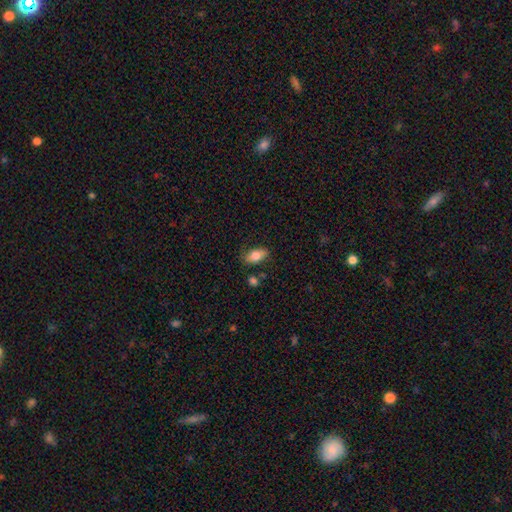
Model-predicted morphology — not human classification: This appears to be a smooth galaxy with no disk features (80%) that is in between round and cigar-shaped (89%). Merging: none (76%).